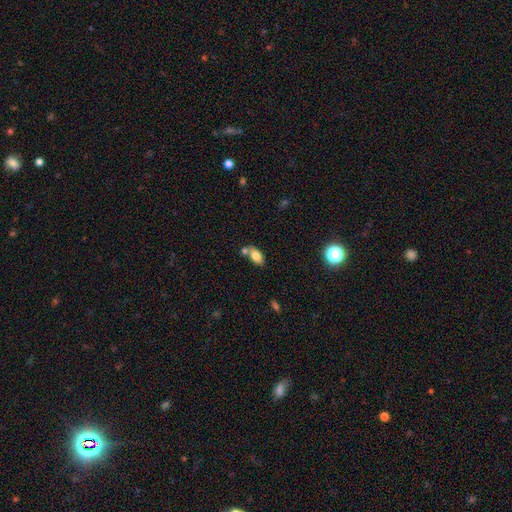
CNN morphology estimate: Smooth or featured? smooth (78%)
How rounded? in between (91%)
Merging? none (54%)